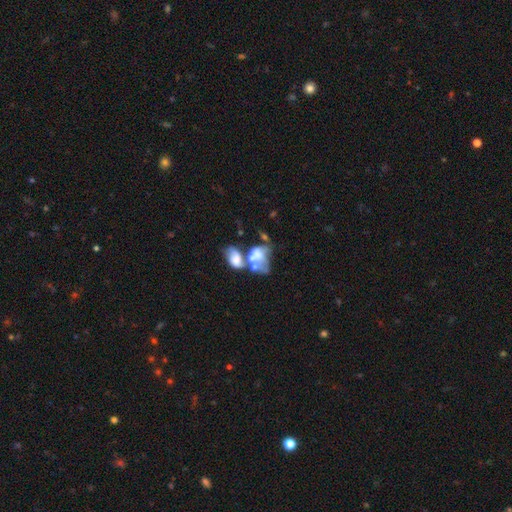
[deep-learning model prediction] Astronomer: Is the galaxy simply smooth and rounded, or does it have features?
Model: featured or disk — 48% (runner-up: smooth, 41%).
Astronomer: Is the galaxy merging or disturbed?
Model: merger — 64%.